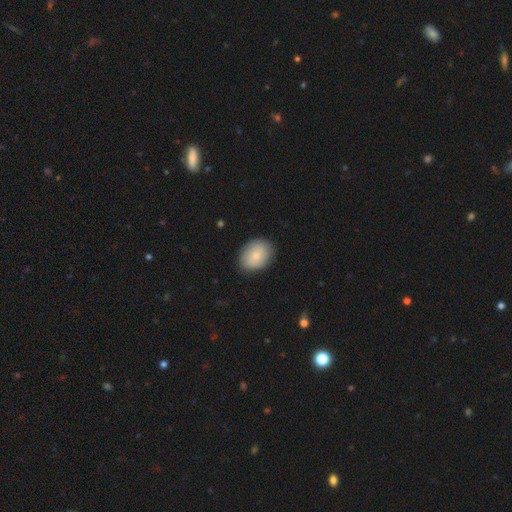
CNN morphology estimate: A smooth galaxy with no disk features (81%) that is in between round and cigar-shaped (68%).

Vote fractions:
- Smooth or featured? smooth: 81% / featured or disk: 12% / star or artifact: 6%
- How rounded? in between: 68% / round: 31% / cigar-shaped: 1%
- Merging? none: 83% / minor disturbance: 13% / major disturbance: 3% / merger: 1%